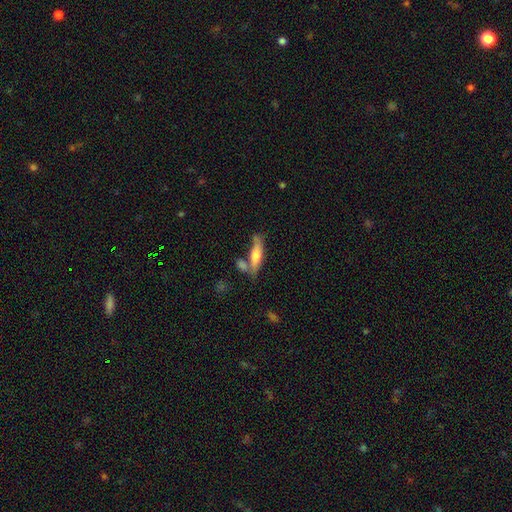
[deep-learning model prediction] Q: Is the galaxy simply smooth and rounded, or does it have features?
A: smooth — 61%.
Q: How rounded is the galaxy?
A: cigar-shaped — 63%.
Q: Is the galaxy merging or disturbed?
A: none — 56%.